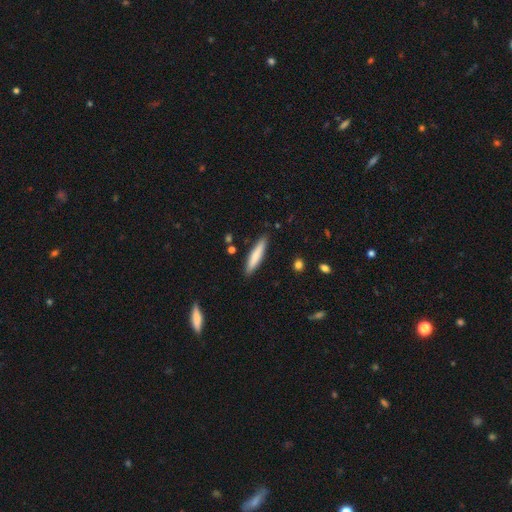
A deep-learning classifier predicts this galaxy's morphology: Smooth or featured?
  - smooth: 77% *
  - featured or disk: 18%
  - star or artifact: 5%
How rounded?
  - cigar-shaped: 88% *
  - in between: 11%
  - round: 1%
Merging?
  - none: 89% *
  - minor disturbance: 8%
  - major disturbance: 2%
  - merger: 2%